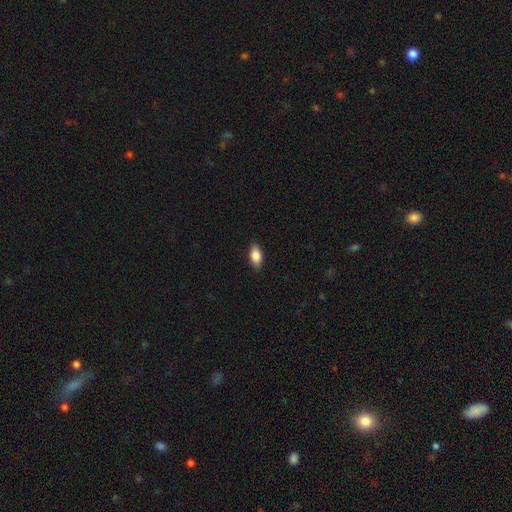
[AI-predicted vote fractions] A smooth galaxy with no disk features (84%) that is in between round and cigar-shaped (89%). Merging: none (88%).